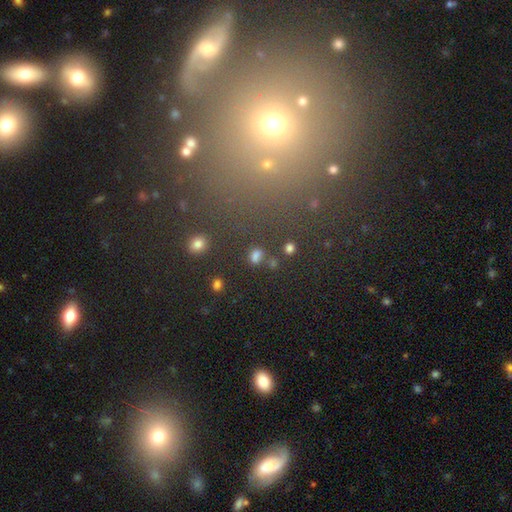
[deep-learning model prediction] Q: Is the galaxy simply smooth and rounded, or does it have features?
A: smooth — 75%.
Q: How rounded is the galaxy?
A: in between — 55%.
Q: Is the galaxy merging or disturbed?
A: none — 71%.